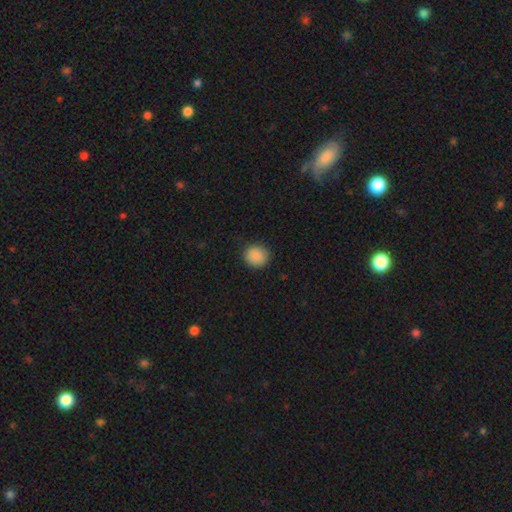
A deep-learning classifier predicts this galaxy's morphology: Smooth or featured? Predicted: smooth (p=0.89). How rounded? Predicted: round (p=0.85). Merging? Predicted: none (p=0.90).